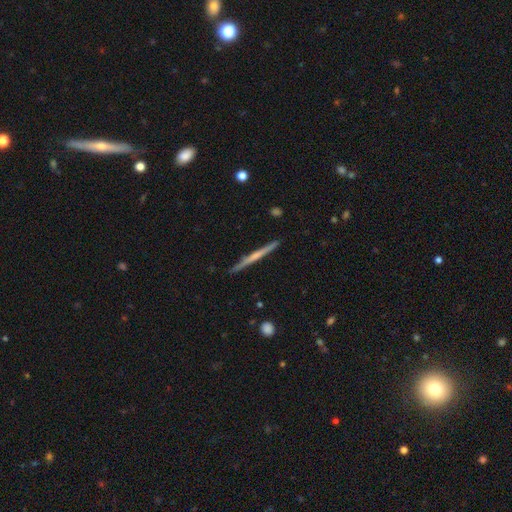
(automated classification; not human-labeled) Smooth or featured: featured or disk — 61% (smooth — 34%)
Edge-on disk: yes — 98% (no — 2%)
Edge-on bulge: none — 60% (rounded — 30%)
Merging: none — 91% (minor disturbance — 7%)